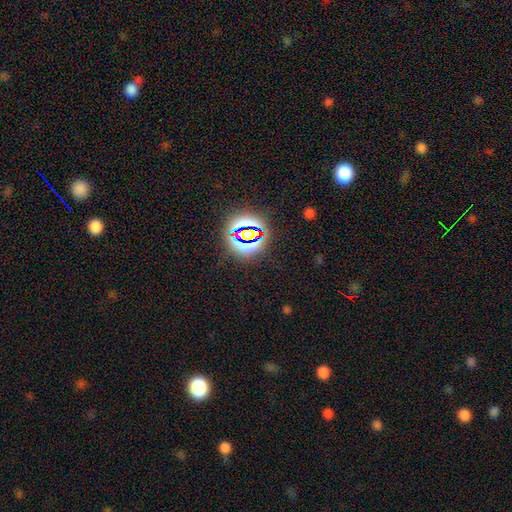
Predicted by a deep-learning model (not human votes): Smooth or featured? Predicted: star or artifact (p=0.80).